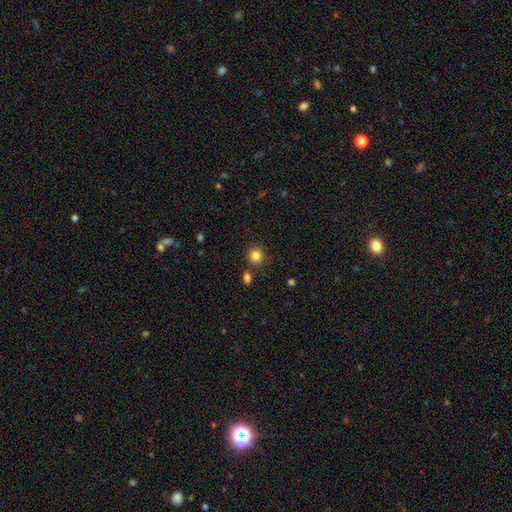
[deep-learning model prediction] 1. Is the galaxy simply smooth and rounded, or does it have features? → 84% smooth, 12% star or artifact, 5% featured or disk.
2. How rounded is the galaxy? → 88% round, 11% in between, 1% cigar-shaped.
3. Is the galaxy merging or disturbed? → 83% none, 8% minor disturbance, 6% merger, 3% major disturbance.